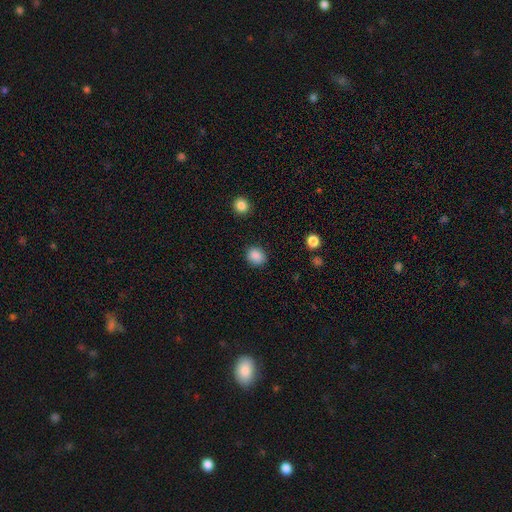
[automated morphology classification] Overall: smooth (87%). How rounded: round (76%). Merging: none (89%).